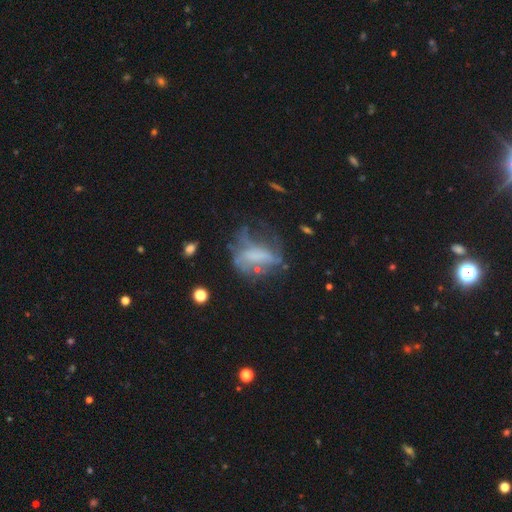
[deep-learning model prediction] This is possibly a featured or disk galaxy (48%). Merging: marginally major disturbance (36%).